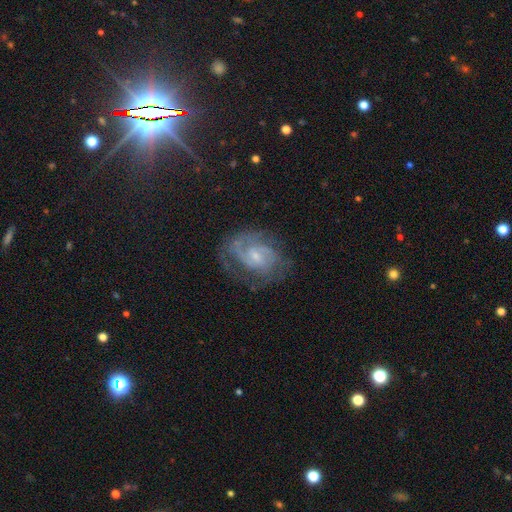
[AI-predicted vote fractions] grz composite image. It shows a featured or disk galaxy (82%) with a weak bar (48%), 2 (50%) tight (45%) spiral arms (93%) and a small central bulge (63%). Merging: none (65%).